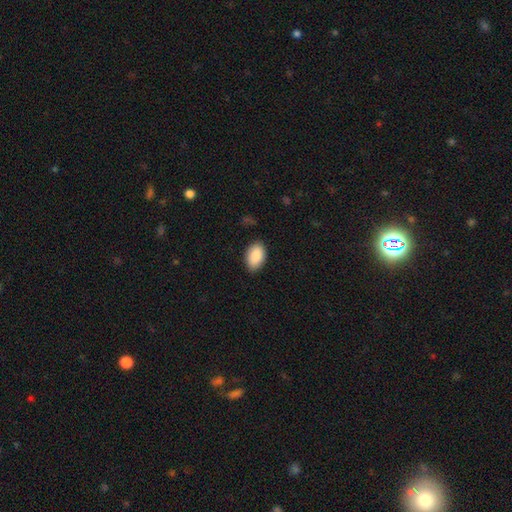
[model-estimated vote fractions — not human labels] Overall: smooth (89%). How rounded: in between (92%). Merging: none (86%).